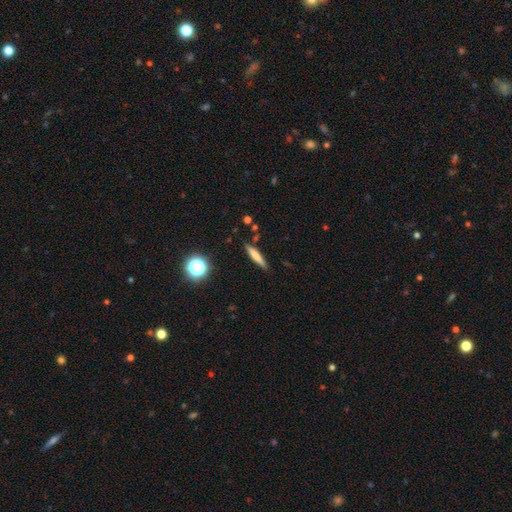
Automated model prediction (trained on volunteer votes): Overall: smooth (65%; featured or disk 25%). How rounded: cigar-shaped (89%). Merging: none (87%).